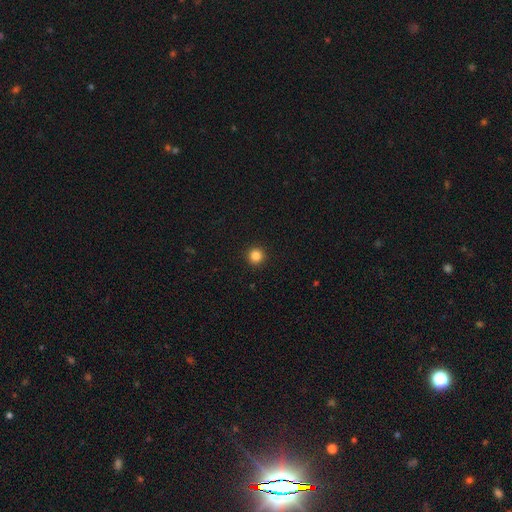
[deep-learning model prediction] A smooth galaxy with no disk features (84%) that is round (96%).

Vote fractions:
- Smooth or featured? smooth: 84% / star or artifact: 12% / featured or disk: 4%
- How rounded? round: 96% / in between: 3% / cigar-shaped: 1%
- Merging? none: 94% / minor disturbance: 4% / major disturbance: 2% / merger: 1%